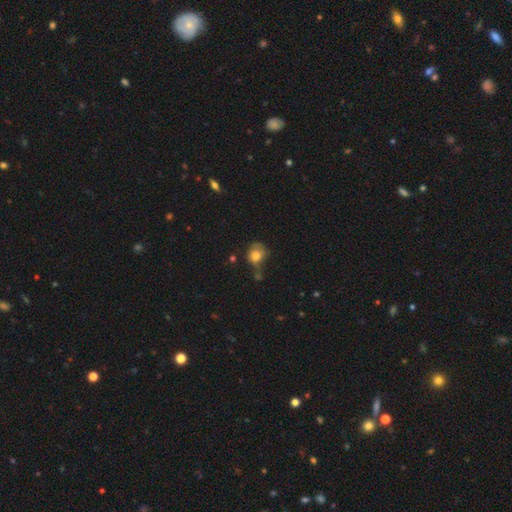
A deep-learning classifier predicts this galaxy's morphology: Q: Smooth or featured?
A: smooth (75%); runner-up: featured or disk (15%)
Q: How rounded?
A: round (69%); runner-up: in between (30%)
Q: Merging?
A: none (42%); runner-up: minor disturbance (30%)